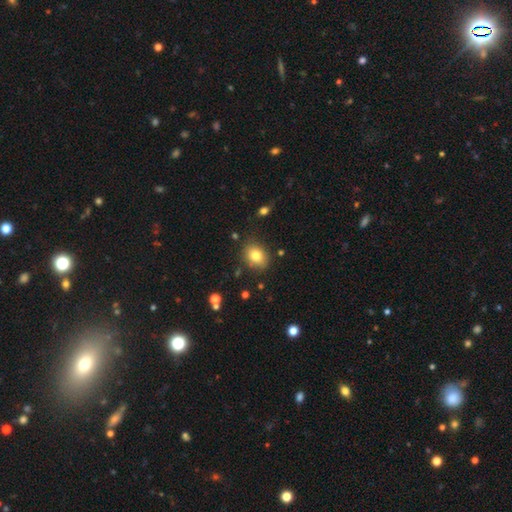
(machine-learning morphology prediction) Overall: smooth (80%). How rounded: in between (57%; round 42%). Merging: none (82%).